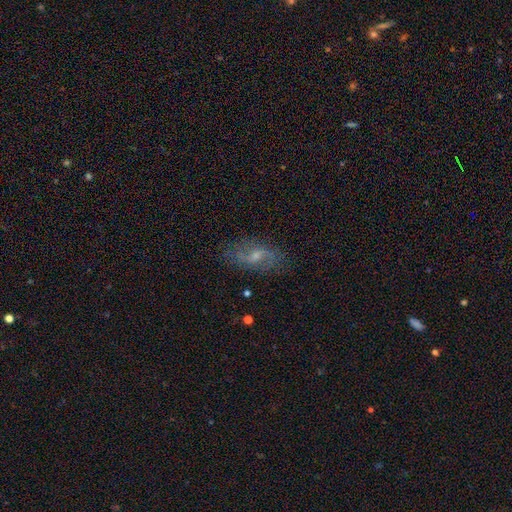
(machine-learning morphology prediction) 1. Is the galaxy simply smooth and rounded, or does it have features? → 62% featured or disk, 27% smooth, 11% star or artifact.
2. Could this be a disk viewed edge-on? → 91% no, 9% yes.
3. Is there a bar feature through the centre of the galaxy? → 52% weak, 35% no, 13% strong.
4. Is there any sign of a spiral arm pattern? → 82% yes, 18% no.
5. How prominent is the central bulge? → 46% moderate, 40% small, 8% none, 4% large, 1% dominant.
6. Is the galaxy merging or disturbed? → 77% none, 15% minor disturbance, 6% major disturbance, 1% merger.